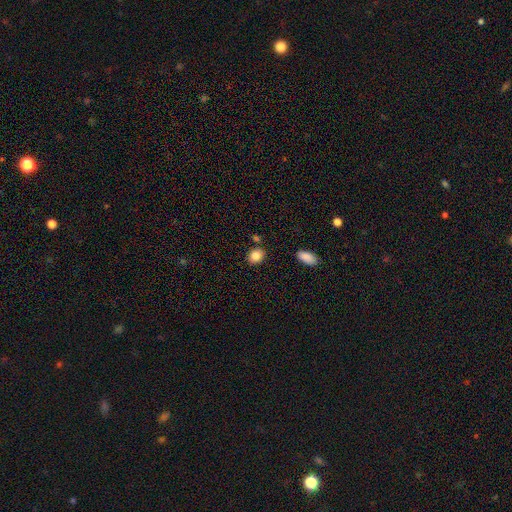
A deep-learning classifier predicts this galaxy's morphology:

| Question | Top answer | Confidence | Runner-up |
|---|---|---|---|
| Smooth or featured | smooth | 86% | star or artifact (9%) |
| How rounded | in between | 51% | round (48%) |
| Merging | none | 82% | minor disturbance (10%) |